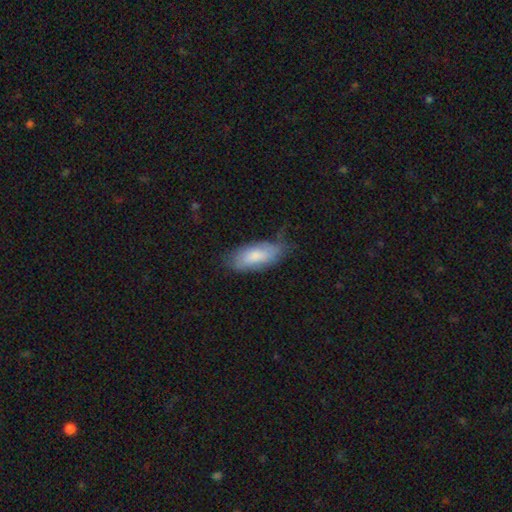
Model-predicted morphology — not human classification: Smooth or featured? smooth (75%)
How rounded? in between (85%)
Merging? none (56%)